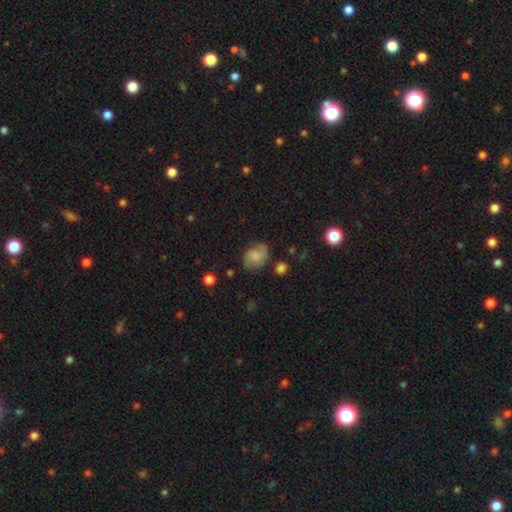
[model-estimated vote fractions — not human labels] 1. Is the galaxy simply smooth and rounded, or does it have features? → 58% smooth, 33% featured or disk, 9% star or artifact.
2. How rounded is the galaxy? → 64% in between, 35% round, 1% cigar-shaped.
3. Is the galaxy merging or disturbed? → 62% none, 26% minor disturbance, 9% major disturbance, 3% merger.